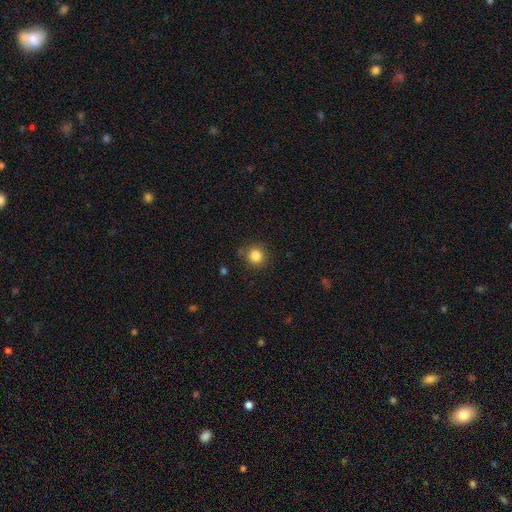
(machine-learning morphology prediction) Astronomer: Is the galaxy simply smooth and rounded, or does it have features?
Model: smooth — 84%.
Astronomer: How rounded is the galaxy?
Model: round — 92%.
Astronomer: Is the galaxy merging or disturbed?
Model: none — 86%.